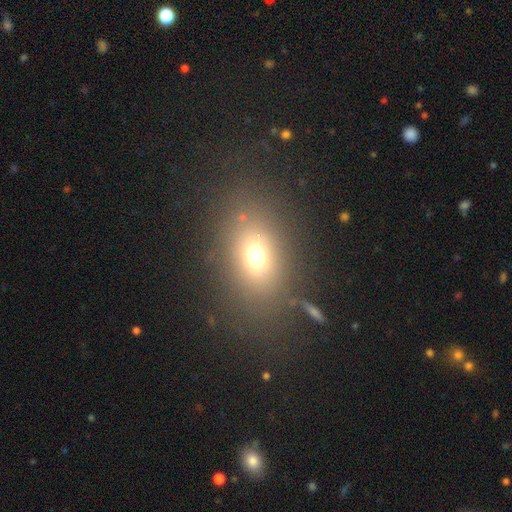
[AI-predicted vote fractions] A smooth galaxy with no disk features (69%) that is in between round and cigar-shaped (66%).

Vote fractions:
- Smooth or featured? smooth: 69% / star or artifact: 17% / featured or disk: 14%
- How rounded? in between: 66% / round: 32% / cigar-shaped: 2%
- Merging? none: 77% / minor disturbance: 11% / major disturbance: 8% / merger: 4%